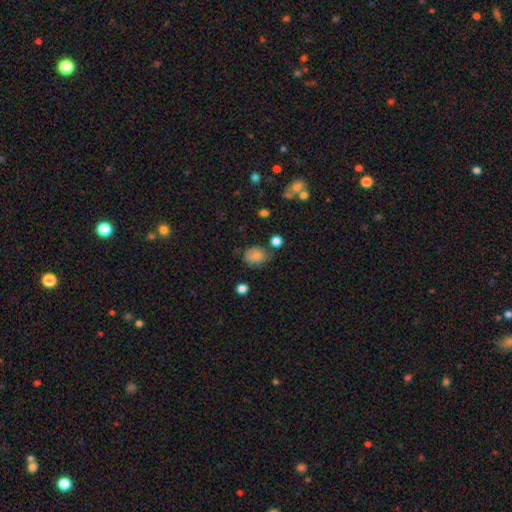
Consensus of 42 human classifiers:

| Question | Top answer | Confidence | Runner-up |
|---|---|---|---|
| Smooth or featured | smooth | 86% | featured or disk (7%) |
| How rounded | round | 56% | in between (44%) |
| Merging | none | 64% | minor disturbance (23%) |